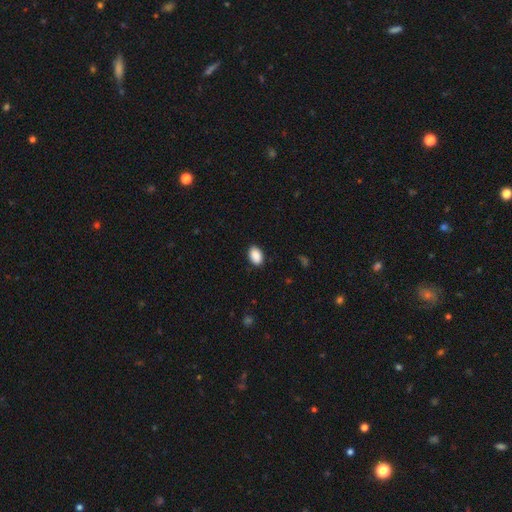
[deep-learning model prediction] Smooth or featured?
  - smooth: 90% *
  - star or artifact: 7%
  - featured or disk: 3%
How rounded?
  - in between: 87% *
  - round: 11%
  - cigar-shaped: 1%
Merging?
  - none: 88% *
  - minor disturbance: 9%
  - major disturbance: 2%
  - merger: 1%